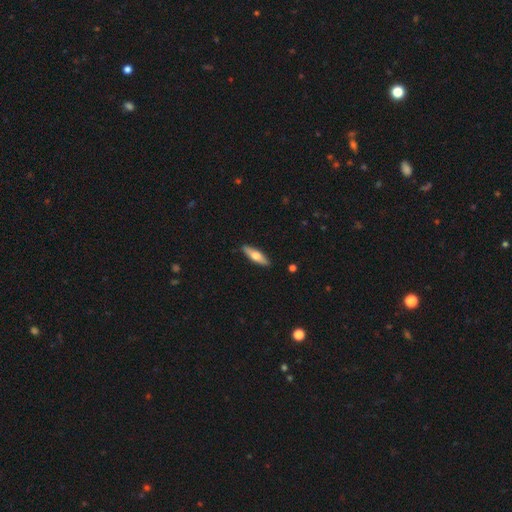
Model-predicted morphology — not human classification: The model was most divided on "smooth or featured": smooth: 54%, featured or disk: 41%, star or artifact: 5%. More confident: merging — none (90%); how rounded — cigar-shaped (61%).